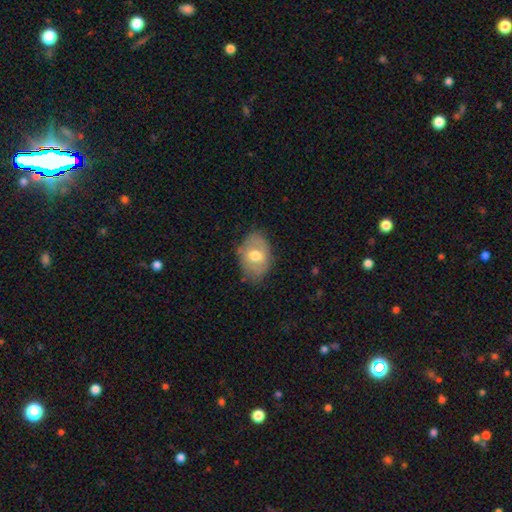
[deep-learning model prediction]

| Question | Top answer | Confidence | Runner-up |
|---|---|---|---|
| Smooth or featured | smooth | 57% | featured or disk (36%) |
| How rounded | in between | 78% | round (21%) |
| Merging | none | 67% | minor disturbance (25%) |